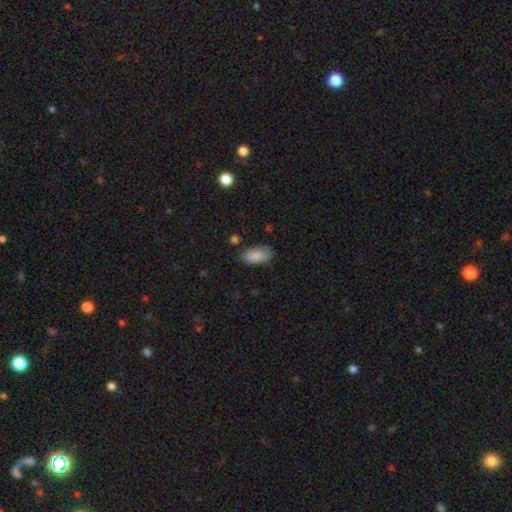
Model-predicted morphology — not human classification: Smooth or featured: smooth — 86% (star or artifact — 7%)
How rounded: in between — 93% (cigar-shaped — 4%)
Merging: none — 72% (minor disturbance — 21%)